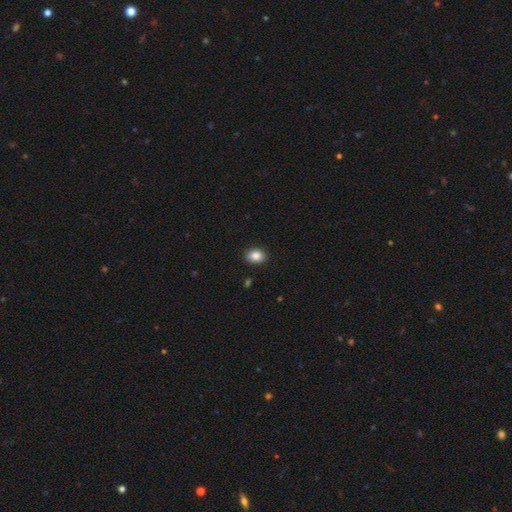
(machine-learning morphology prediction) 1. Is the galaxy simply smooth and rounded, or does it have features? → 87% smooth, 8% star or artifact, 5% featured or disk.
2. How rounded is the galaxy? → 73% in between, 26% round, 1% cigar-shaped.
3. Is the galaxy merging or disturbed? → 90% none, 7% minor disturbance, 2% major disturbance, 1% merger.